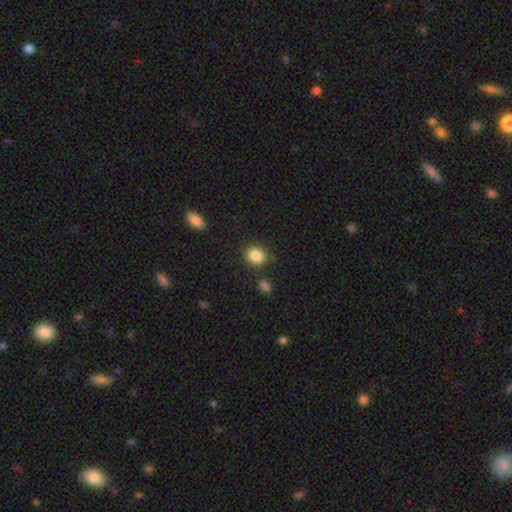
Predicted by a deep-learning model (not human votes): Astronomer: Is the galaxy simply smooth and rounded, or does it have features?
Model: smooth — 87%.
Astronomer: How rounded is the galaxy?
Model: round — 50% (runner-up: in between, 49%).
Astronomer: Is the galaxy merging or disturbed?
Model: none — 77%.